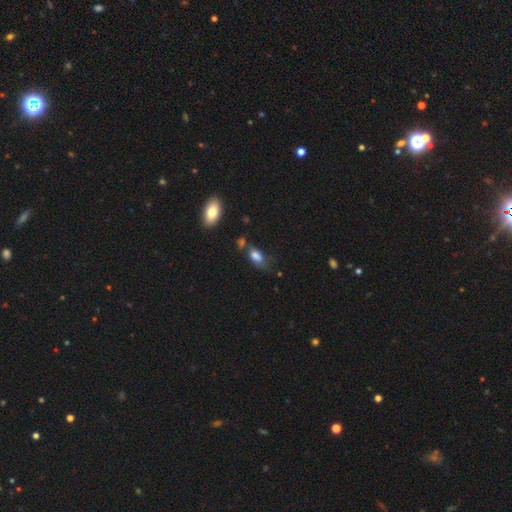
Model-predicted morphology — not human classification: A smooth galaxy with no disk features (81%) that is in between round and cigar-shaped (88%).

Vote fractions:
- Smooth or featured? smooth: 81% / featured or disk: 10% / star or artifact: 10%
- How rounded? in between: 88% / round: 7% / cigar-shaped: 5%
- Merging? none: 47% / minor disturbance: 27% / merger: 13% / major disturbance: 12%